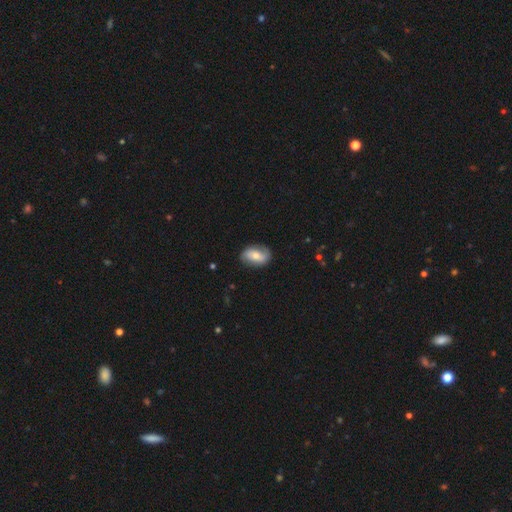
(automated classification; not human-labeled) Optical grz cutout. It shows a featured or disk galaxy (48%). Merging: none (79%).